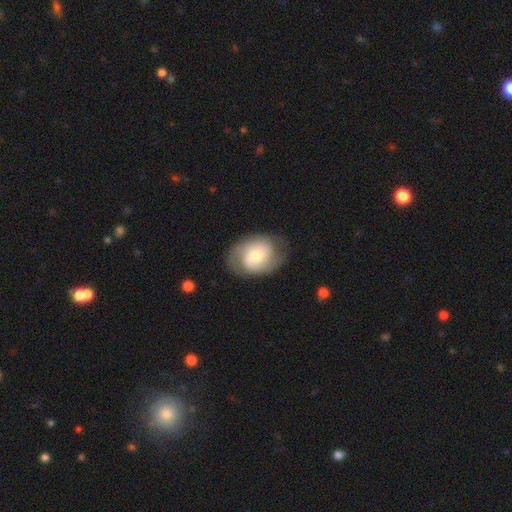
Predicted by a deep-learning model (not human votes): Smooth or featured? featured or disk (57%)
Edge-on disk? no (96%)
Bar? no (65%)
Spiral arms? yes (82%)
Bulge size? moderate (60%)
Merging? none (72%)